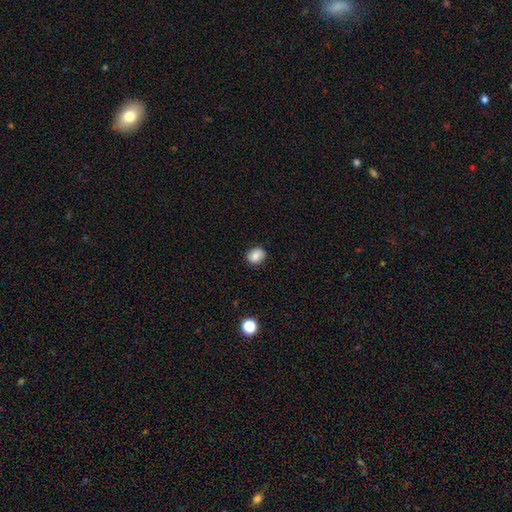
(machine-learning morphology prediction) Overall: smooth (84%). How rounded: round (52%; in between 47%). Merging: none (86%).